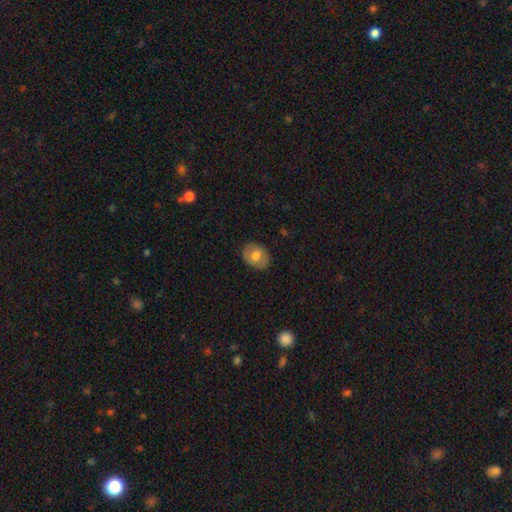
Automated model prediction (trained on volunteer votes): Smooth or featured: smooth — 67% (featured or disk — 25%)
How rounded: in between — 59% (round — 40%)
Merging: none — 84% (minor disturbance — 12%)